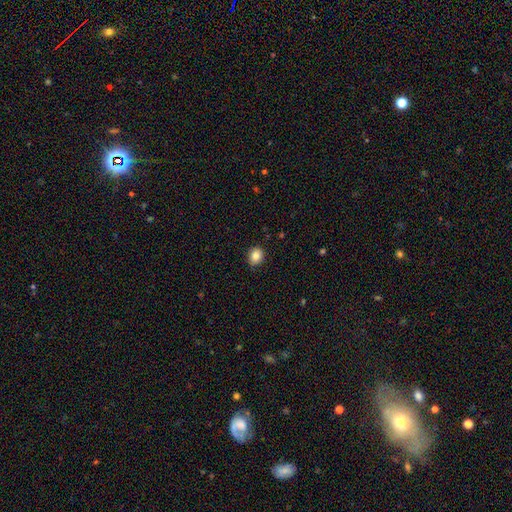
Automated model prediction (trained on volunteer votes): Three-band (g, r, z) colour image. It shows a smooth galaxy with no disk features (83%) that is round (70%). Merging: none (87%).